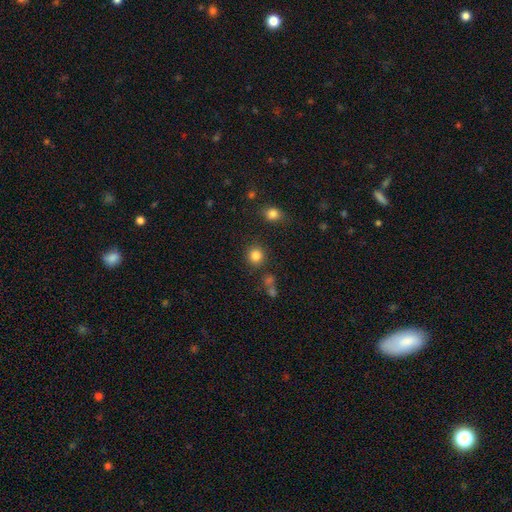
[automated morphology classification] smooth 83%, star or artifact 12%, featured or disk 5%. Down the decision tree: how rounded — round (89%); merging — none (84%).